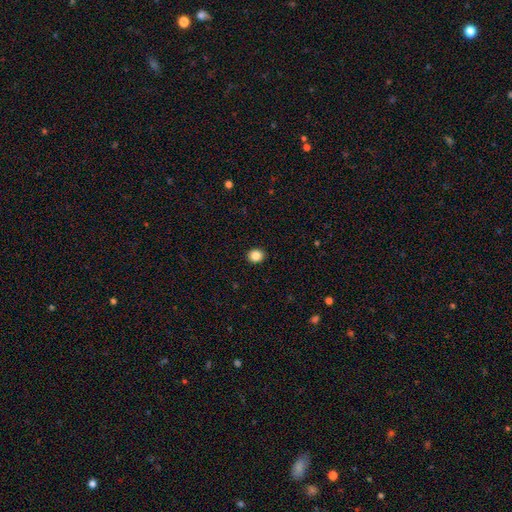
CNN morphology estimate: This appears to be a smooth galaxy with no disk features (86%) that is round (72%). Merging: none (92%).